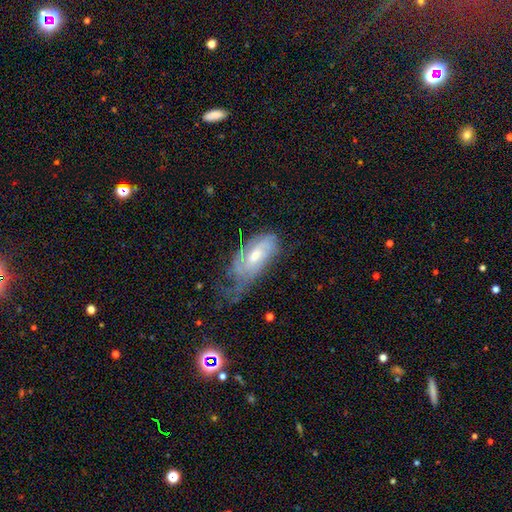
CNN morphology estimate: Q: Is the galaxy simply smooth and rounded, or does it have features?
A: featured or disk — 68%.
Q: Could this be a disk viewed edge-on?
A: no — 91%.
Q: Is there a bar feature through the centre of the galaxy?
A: no — 53%.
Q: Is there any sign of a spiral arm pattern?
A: yes — 85%.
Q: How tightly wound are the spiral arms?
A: tight — 51%.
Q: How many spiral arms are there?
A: can't tell — 46%.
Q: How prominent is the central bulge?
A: moderate — 59%.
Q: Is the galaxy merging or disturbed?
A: none — 35%.